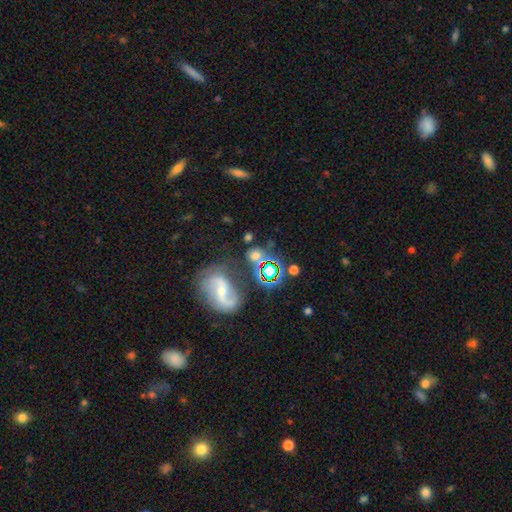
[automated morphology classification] Smooth or featured?
  - smooth: 42% *
  - featured or disk: 32%
  - star or artifact: 26%
Merging?
  - none: 65% *
  - minor disturbance: 14%
  - merger: 12%
  - major disturbance: 9%